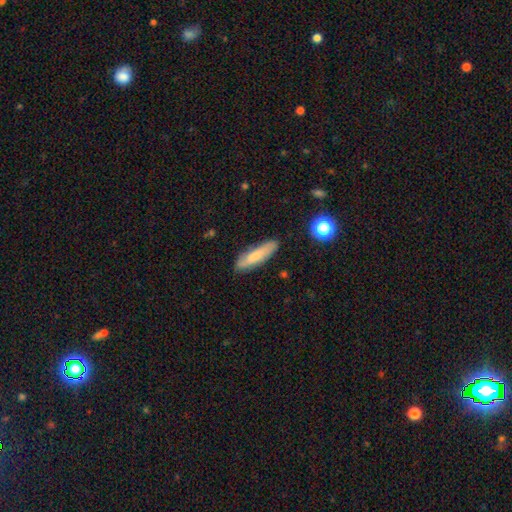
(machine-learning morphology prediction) Smooth or featured?
  - smooth: 73% *
  - featured or disk: 20%
  - star or artifact: 7%
How rounded?
  - cigar-shaped: 71% *
  - in between: 27%
  - round: 2%
Merging?
  - none: 83% *
  - minor disturbance: 13%
  - major disturbance: 2%
  - merger: 2%